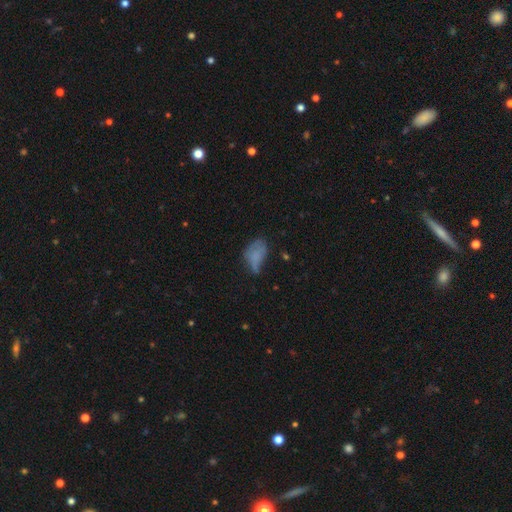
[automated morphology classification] Smooth or featured? Predicted: smooth (p=0.63). How rounded? Predicted: in between (p=0.88). Merging? Predicted: minor disturbance (p=0.34).